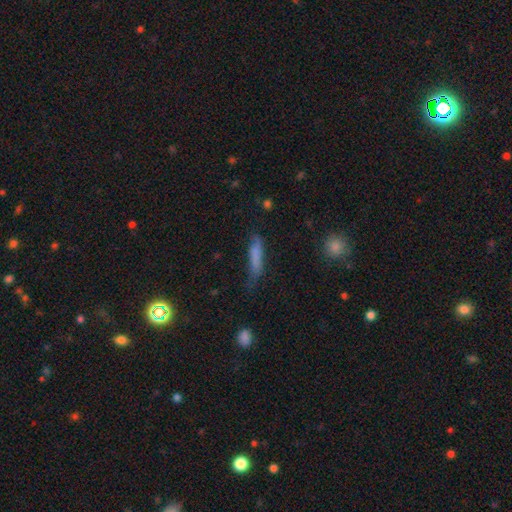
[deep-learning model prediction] Morphology: type=smooth (75%); roundness=cigar-shaped (80%); merging=none (54%).